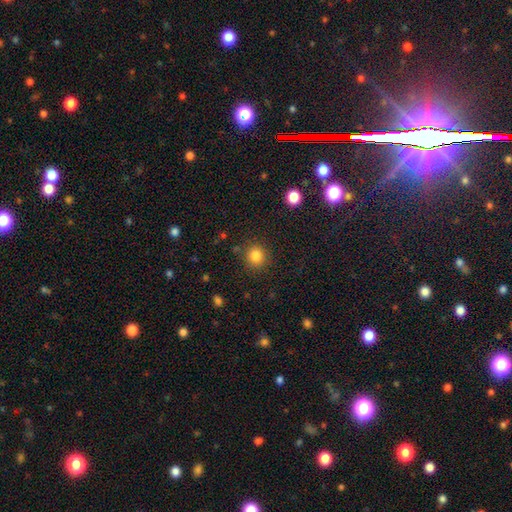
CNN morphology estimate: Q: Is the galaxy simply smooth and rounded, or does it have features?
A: smooth — 83%.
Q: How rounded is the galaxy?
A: round — 90%.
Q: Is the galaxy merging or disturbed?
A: none — 87%.